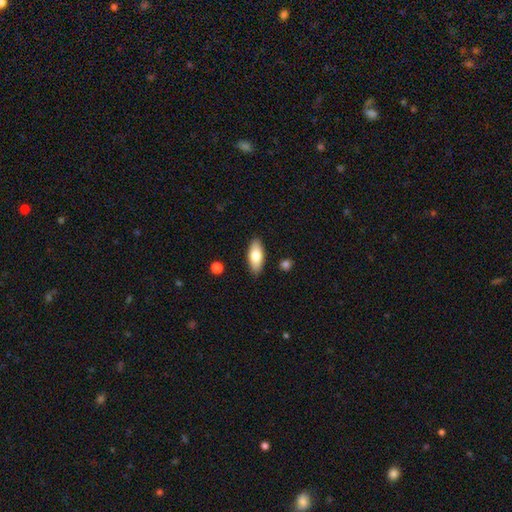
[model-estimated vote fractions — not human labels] smooth 75%, featured or disk 19%, star or artifact 6%. Down the decision tree: how rounded — in between (79%); merging — none (88%).